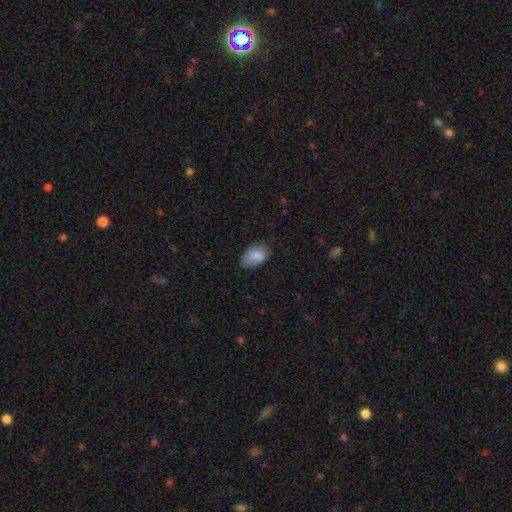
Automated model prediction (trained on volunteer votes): Smooth or featured?
  - smooth: 85% *
  - star or artifact: 7%
  - featured or disk: 7%
How rounded?
  - in between: 91% *
  - round: 8%
  - cigar-shaped: 1%
Merging?
  - none: 63% *
  - minor disturbance: 29%
  - major disturbance: 6%
  - merger: 1%